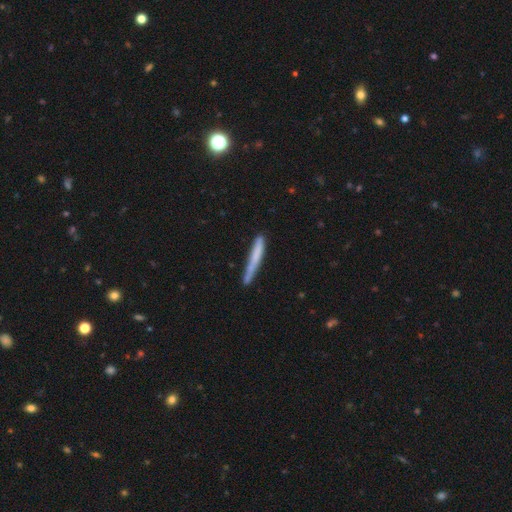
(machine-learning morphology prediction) This is likely a smooth galaxy (63%). How rounded: clearly cigar-shaped (96%). Merging: likely none (71%).